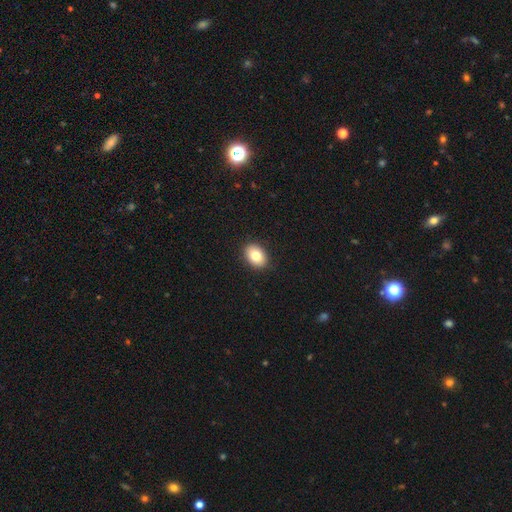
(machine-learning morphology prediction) smooth 81%, featured or disk 10%, star or artifact 8%. Down the decision tree: how rounded — in between (79%); merging — none (90%).